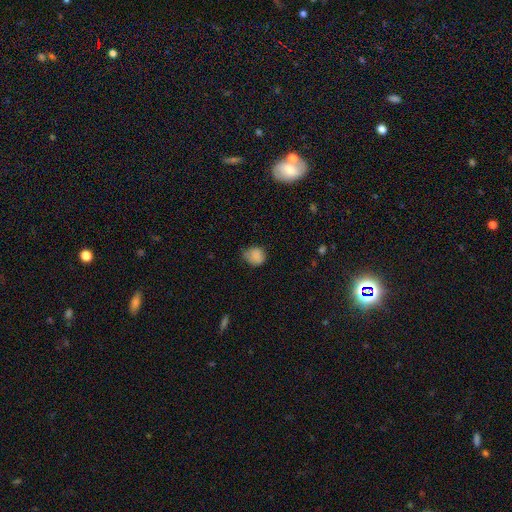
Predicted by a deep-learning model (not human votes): Overall: smooth (84%). How rounded: round (68%; in between 31%). Merging: none (54%; minor disturbance 36%).